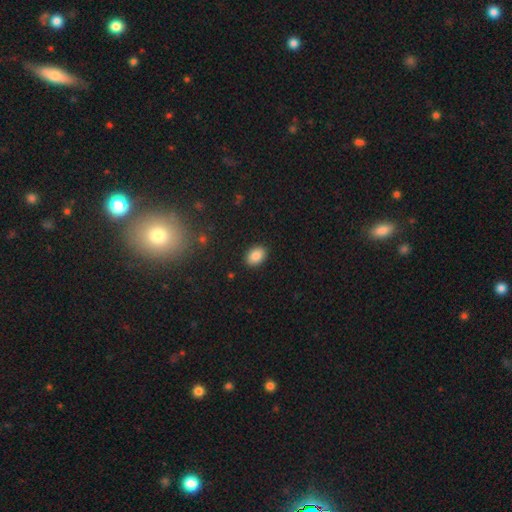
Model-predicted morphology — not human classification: The model was most divided on "how rounded": in between: 78%, round: 20%, cigar-shaped: 1%. More confident: merging — none (89%); smooth or featured — smooth (87%).